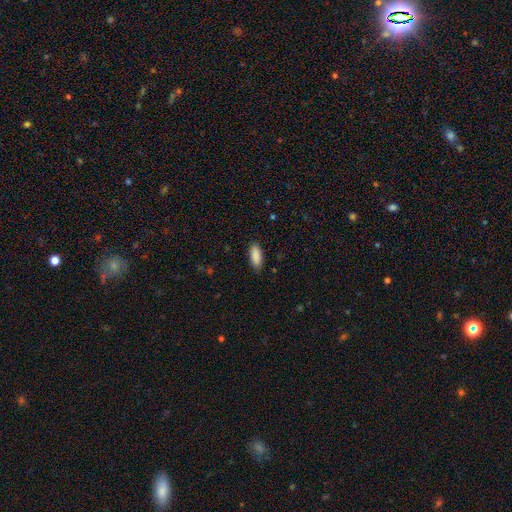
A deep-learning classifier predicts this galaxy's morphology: Smooth or featured?
  - smooth: 90% *
  - star or artifact: 6%
  - featured or disk: 4%
How rounded?
  - in between: 77% *
  - cigar-shaped: 21%
  - round: 2%
Merging?
  - none: 85% *
  - minor disturbance: 11%
  - major disturbance: 2%
  - merger: 1%